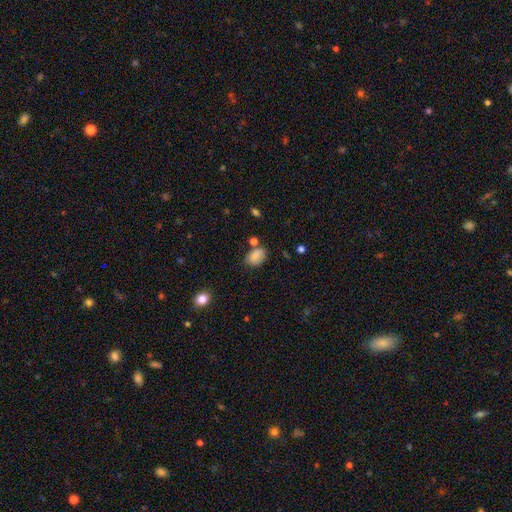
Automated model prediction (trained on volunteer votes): A smooth galaxy with no disk features (85%) that is in between round and cigar-shaped (78%).

Vote fractions:
- Smooth or featured? smooth: 85% / star or artifact: 9% / featured or disk: 6%
- How rounded? in between: 78% / round: 20% / cigar-shaped: 1%
- Merging? none: 65% / minor disturbance: 21% / merger: 9% / major disturbance: 5%